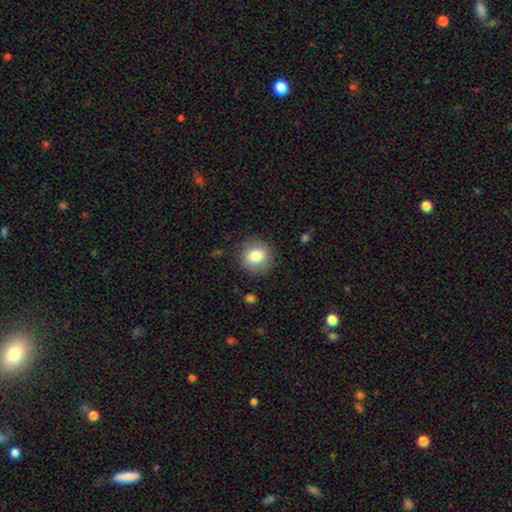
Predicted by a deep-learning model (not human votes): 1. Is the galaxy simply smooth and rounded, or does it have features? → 79% smooth, 13% featured or disk, 8% star or artifact.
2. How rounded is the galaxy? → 82% round, 17% in between, 1% cigar-shaped.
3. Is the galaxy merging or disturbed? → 85% none, 10% minor disturbance, 3% major disturbance, 1% merger.